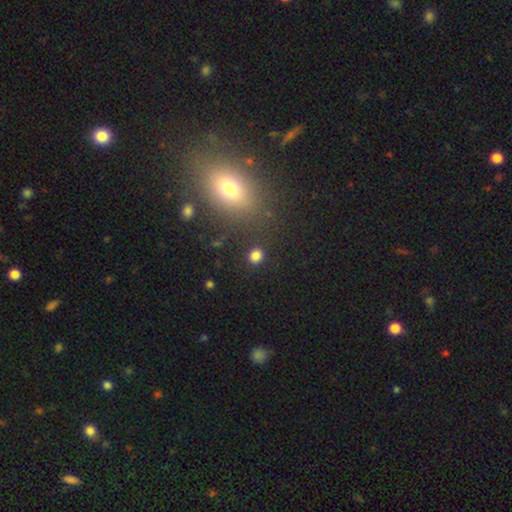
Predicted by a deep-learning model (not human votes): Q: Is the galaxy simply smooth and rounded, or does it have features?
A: smooth — 82%.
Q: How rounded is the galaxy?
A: round — 74%.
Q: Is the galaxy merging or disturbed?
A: none — 88%.